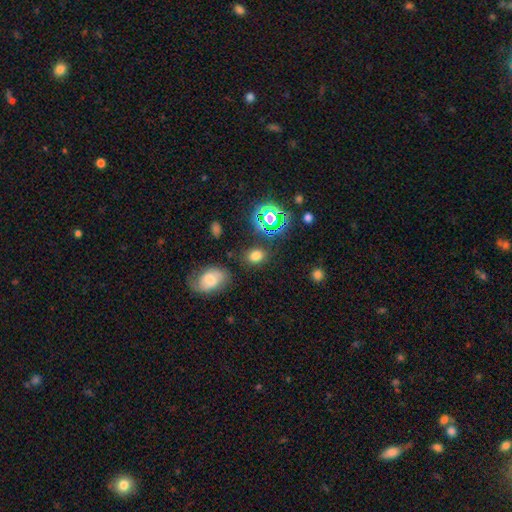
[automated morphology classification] A smooth galaxy with no disk features (72%) that is in between round and cigar-shaped (66%). Merging: none (78%).